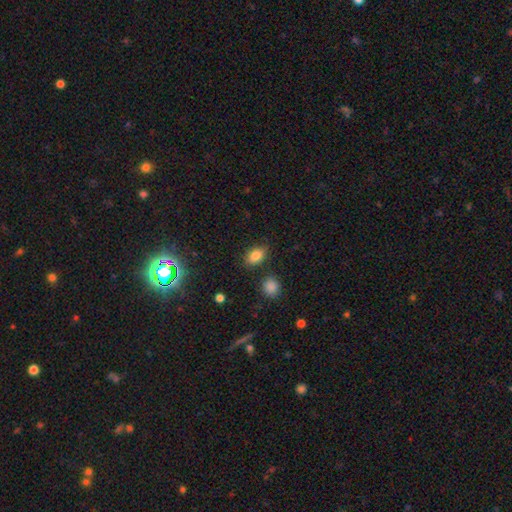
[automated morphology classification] Overall: smooth (84%). How rounded: in between (84%). Merging: none (82%).